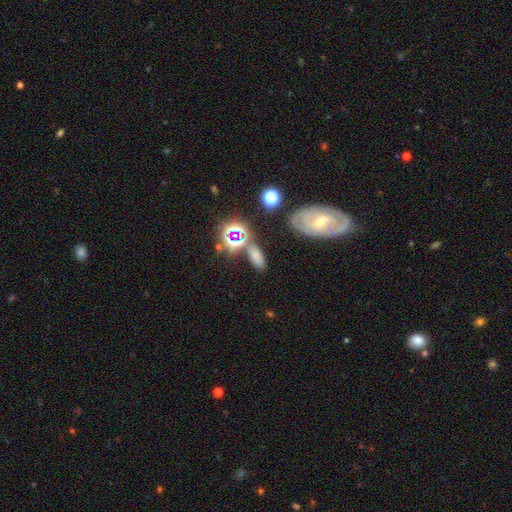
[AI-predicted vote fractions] Smooth or featured?
  - smooth: 59% *
  - star or artifact: 24%
  - featured or disk: 16%
How rounded?
  - in between: 84% *
  - round: 8%
  - cigar-shaped: 8%
Merging?
  - none: 65% *
  - minor disturbance: 16%
  - merger: 11%
  - major disturbance: 8%